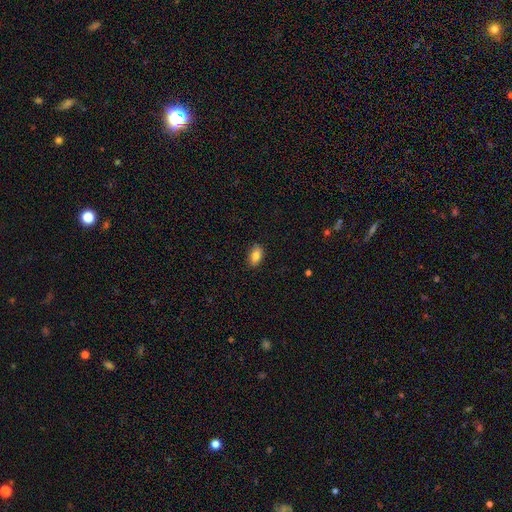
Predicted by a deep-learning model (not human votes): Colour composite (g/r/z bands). It shows a smooth galaxy with no disk features (84%) that is in between round and cigar-shaped (90%). Merging: none (86%).